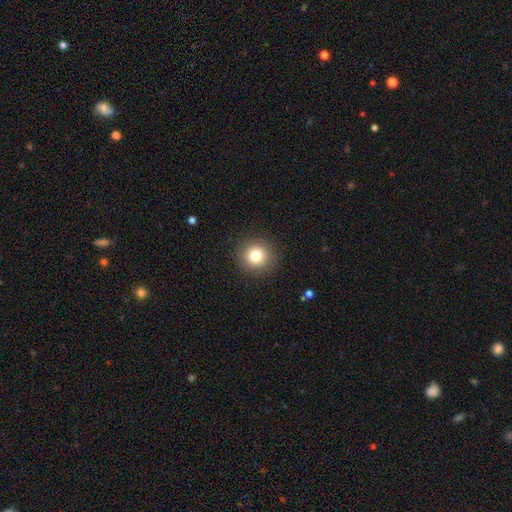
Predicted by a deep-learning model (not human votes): smooth-or-featured: smooth: 79% | star or artifact: 12% | featured or disk: 9%
  how-rounded: round: 94% | in between: 5% | cigar-shaped: 1%
  merging: none: 91% | minor disturbance: 6% | major disturbance: 2% | merger: 1%